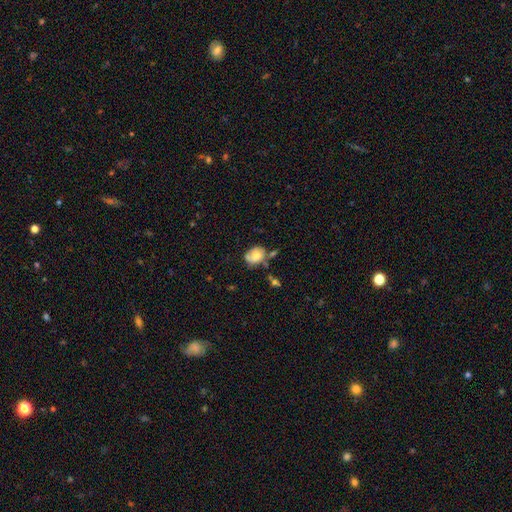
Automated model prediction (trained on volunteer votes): A smooth galaxy with no disk features (64%) that is in between round and cigar-shaped (51%). Merging: none (45%).